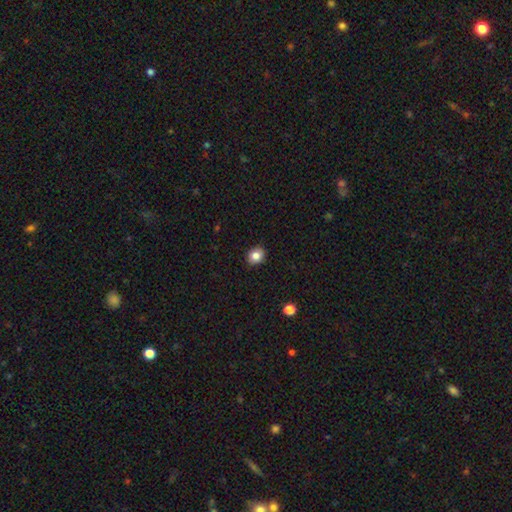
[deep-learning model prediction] The model was most divided on "how rounded": round: 61%, in between: 38%, cigar-shaped: 1%. More confident: merging — none (89%); smooth or featured — smooth (83%).